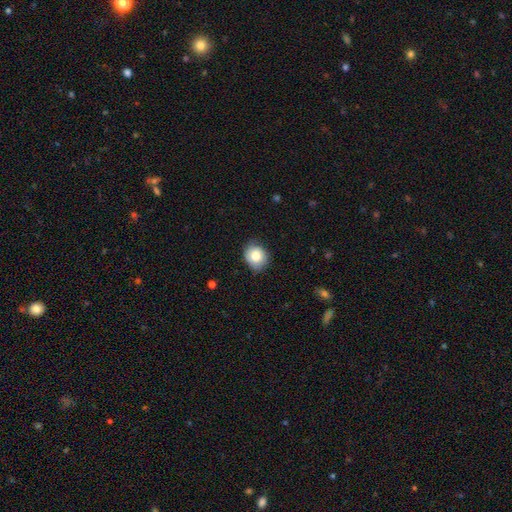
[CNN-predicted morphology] Smooth or featured? smooth (80%)
How rounded? round (68%)
Merging? none (76%)